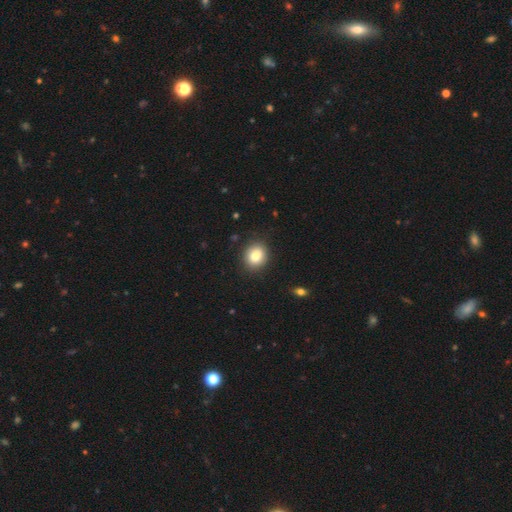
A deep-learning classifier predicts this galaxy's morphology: Smooth or featured? Predicted: smooth (p=0.83). How rounded? Predicted: round (p=0.65). Merging? Predicted: none (p=0.88).